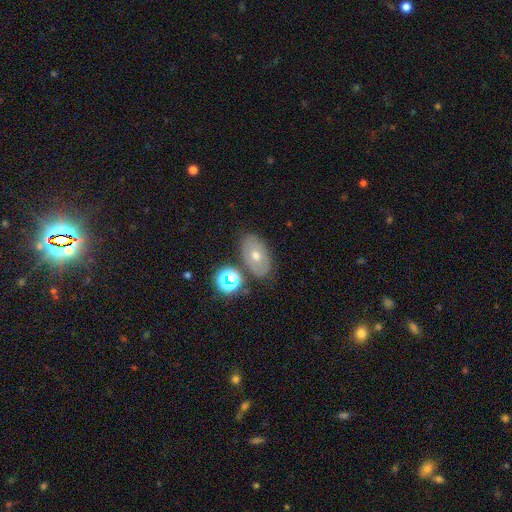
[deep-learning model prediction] Morphology: type=smooth (43%); merging=none (77%).